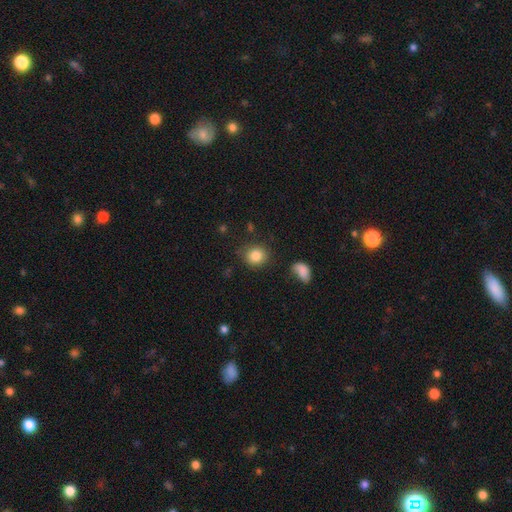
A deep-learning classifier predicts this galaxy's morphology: type=smooth (85%); roundness=round (80%); merging=none (81%).